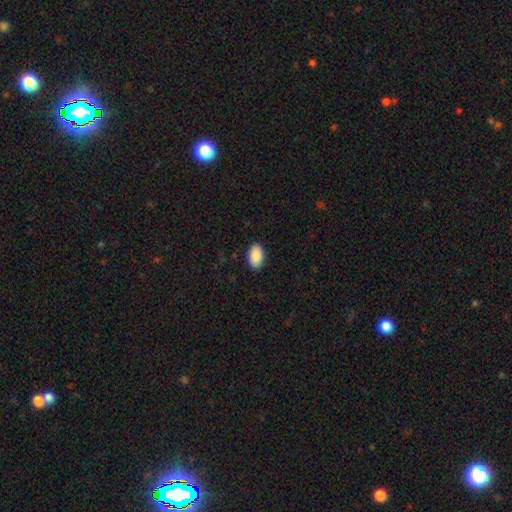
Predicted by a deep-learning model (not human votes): A smooth galaxy with no disk features (91%) that is in between round and cigar-shaped (93%).

Vote fractions:
- Smooth or featured? smooth: 91% / star or artifact: 6% / featured or disk: 3%
- How rounded? in between: 93% / round: 5% / cigar-shaped: 1%
- Merging? none: 90% / minor disturbance: 8% / major disturbance: 2% / merger: 1%